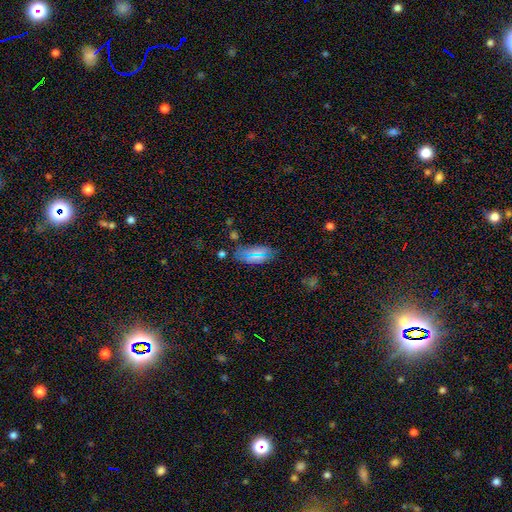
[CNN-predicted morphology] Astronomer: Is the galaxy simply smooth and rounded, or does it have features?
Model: smooth — 71%.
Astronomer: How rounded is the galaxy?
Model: in between — 87%.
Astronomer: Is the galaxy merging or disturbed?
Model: none — 80%.